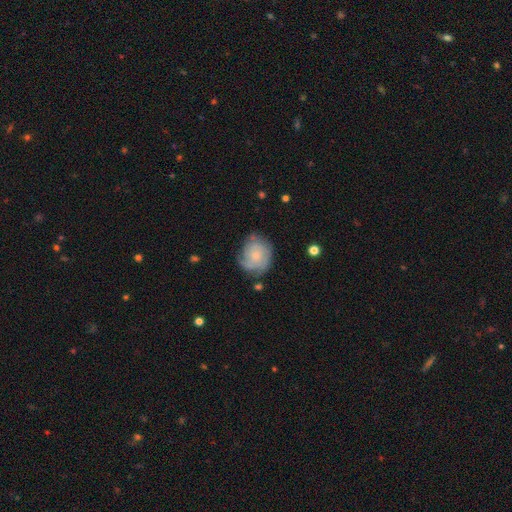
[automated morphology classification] A featured or disk galaxy (59%) with no bar (79%), spiral arms (86%) and a small central bulge (66%).

Vote fractions:
- Smooth or featured? featured or disk: 59% / smooth: 35% / star or artifact: 7%
- Edge-on disk? no: 98% / yes: 2%
- Bar? no: 79% / weak: 19% / strong: 2%
- Spiral arms? yes: 86% / no: 14%
- Bulge size? small: 66% / moderate: 25% / none: 7% / large: 2% / dominant: 1%
- Merging? none: 61% / minor disturbance: 26% / major disturbance: 10% / merger: 3%